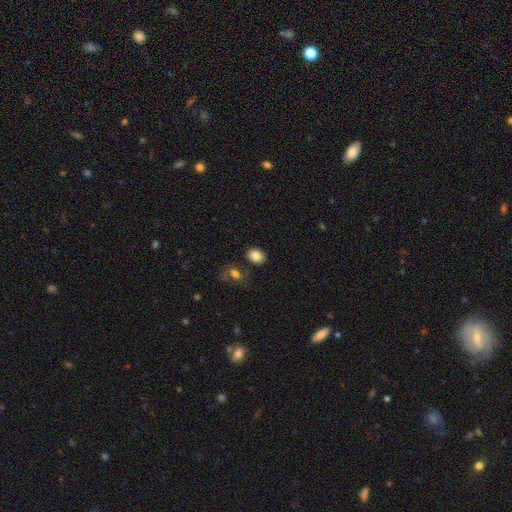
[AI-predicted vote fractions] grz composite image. It shows a smooth galaxy with no disk features (84%) that is in between round and cigar-shaped (63%). Merging: none (80%).